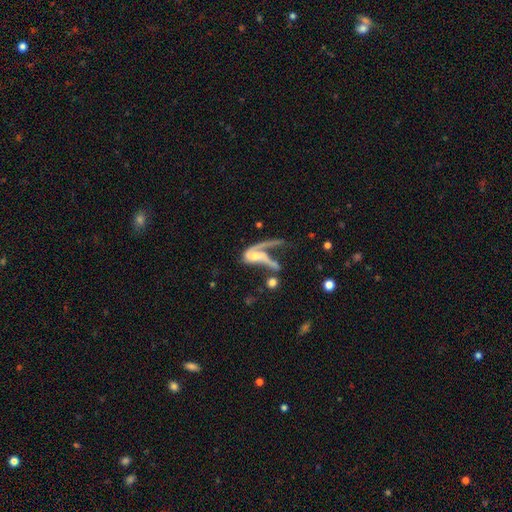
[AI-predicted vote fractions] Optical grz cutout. It shows a featured or disk galaxy (70%) with no bar (58%), spiral arms (70%) and a moderate central bulge (40%). Merging: major disturbance (48%).